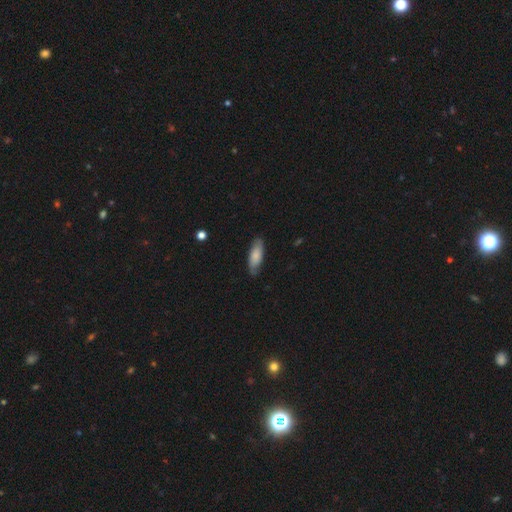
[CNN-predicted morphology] smooth_or_featured: smooth (p=0.74) [alt: featured or disk p=0.20]
how_rounded: in between (p=0.68) [alt: cigar-shaped p=0.30]
merging: none (p=0.78) [alt: minor disturbance p=0.18]